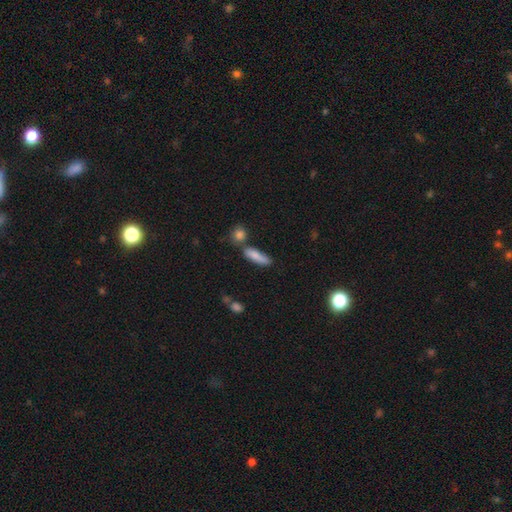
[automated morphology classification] Q: Smooth or featured?
A: smooth (80%); runner-up: featured or disk (13%)
Q: How rounded?
A: cigar-shaped (58%); runner-up: in between (38%)
Q: Merging?
A: none (61%); runner-up: minor disturbance (17%)